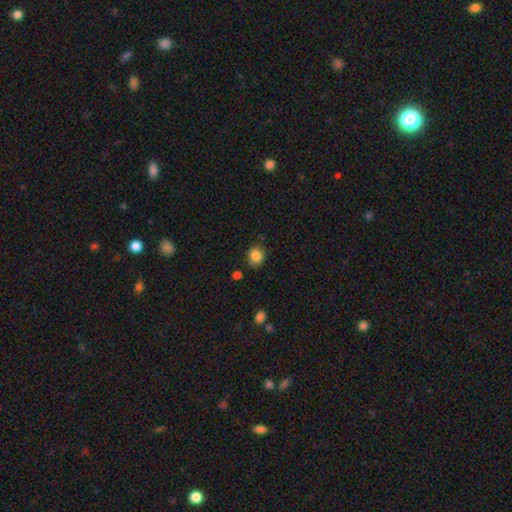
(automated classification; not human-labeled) Smooth or featured?
  - smooth: 85% *
  - star or artifact: 10%
  - featured or disk: 5%
How rounded?
  - round: 76% *
  - in between: 23%
  - cigar-shaped: 1%
Merging?
  - none: 78% *
  - minor disturbance: 15%
  - merger: 3%
  - major disturbance: 3%